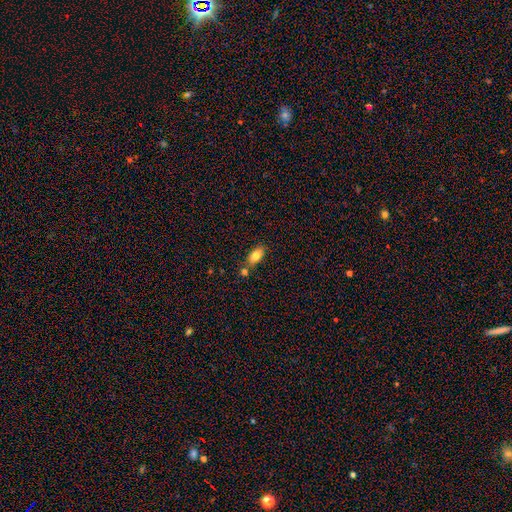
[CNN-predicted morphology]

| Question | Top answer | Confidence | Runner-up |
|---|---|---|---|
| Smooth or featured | smooth | 81% | featured or disk (11%) |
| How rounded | in between | 88% | cigar-shaped (8%) |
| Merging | none | 65% | merger (20%) |